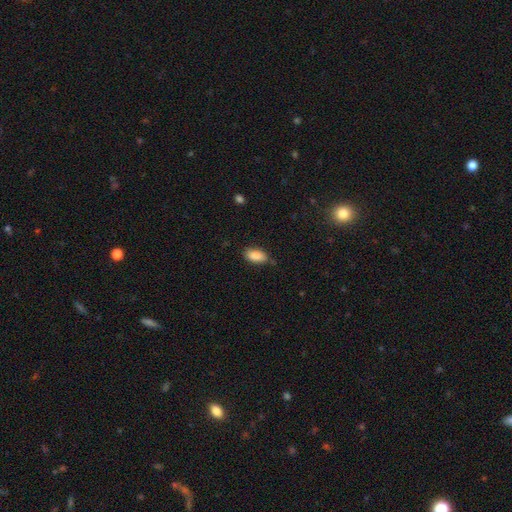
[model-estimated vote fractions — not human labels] The model was most divided on "merging": none: 75%, minor disturbance: 19%, major disturbance: 3%, merger: 2%. More confident: how rounded — in between (93%); smooth or featured — smooth (89%).